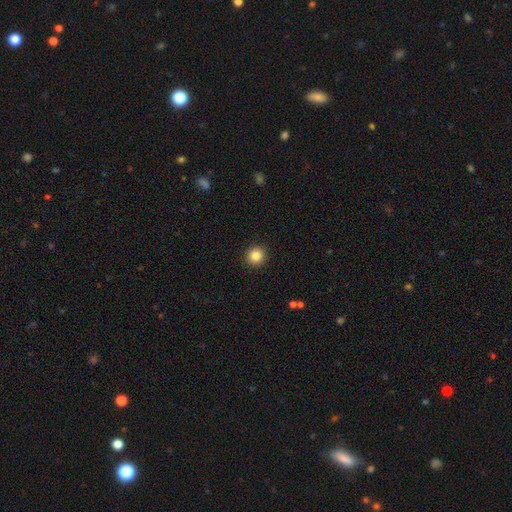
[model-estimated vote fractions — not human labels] Smooth or featured?
  - smooth: 85% *
  - star or artifact: 10%
  - featured or disk: 5%
How rounded?
  - round: 92% *
  - in between: 7%
  - cigar-shaped: 1%
Merging?
  - none: 92% *
  - minor disturbance: 5%
  - major disturbance: 2%
  - merger: 1%